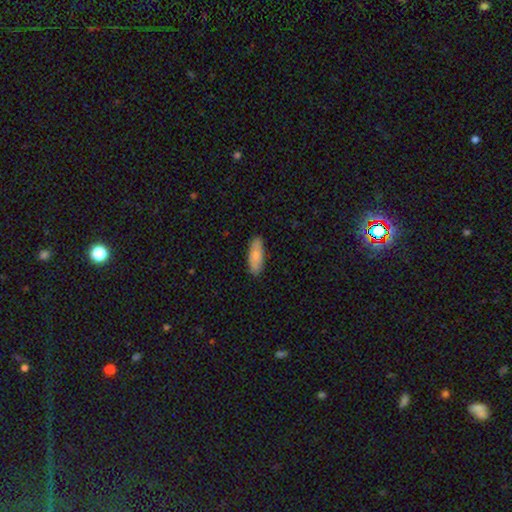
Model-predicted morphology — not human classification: Smooth or featured?
  - smooth: 83% *
  - featured or disk: 11%
  - star or artifact: 6%
How rounded?
  - in between: 71% *
  - cigar-shaped: 27%
  - round: 2%
Merging?
  - none: 87% *
  - minor disturbance: 10%
  - major disturbance: 2%
  - merger: 1%